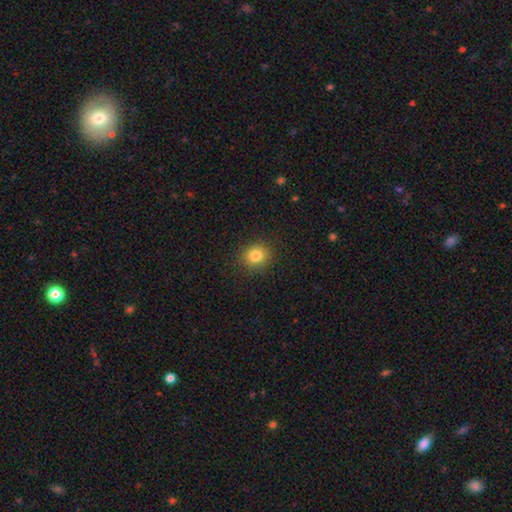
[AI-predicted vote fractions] Overall: smooth (82%). How rounded: round (80%). Merging: none (90%).